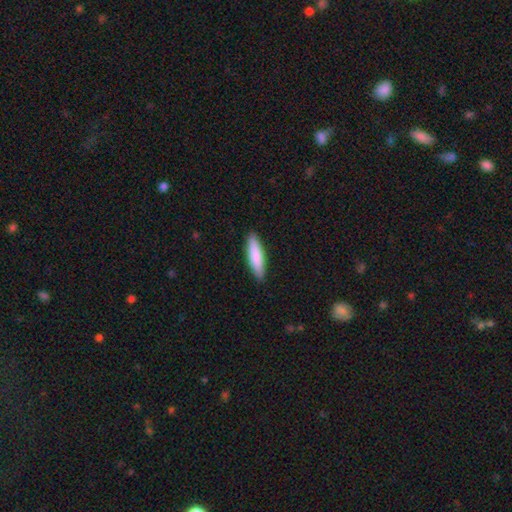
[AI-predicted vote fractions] Morphology: type=smooth (83%); roundness=cigar-shaped (70%); merging=none (89%).